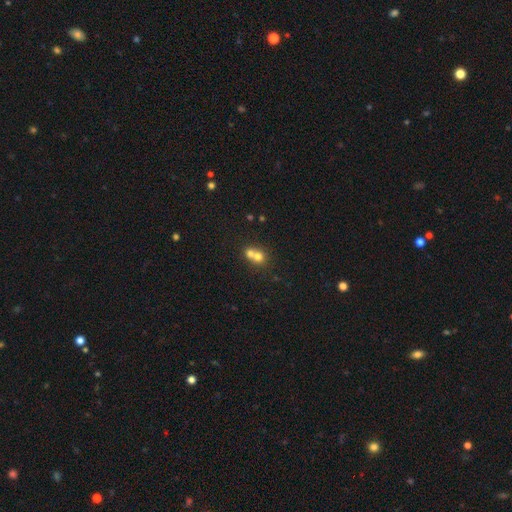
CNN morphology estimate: A smooth galaxy with no disk features (70%) that is round (77%).

Vote fractions:
- Smooth or featured? smooth: 70% / featured or disk: 17% / star or artifact: 12%
- How rounded? round: 77% / in between: 22% / cigar-shaped: 1%
- Merging? merger: 68% / none: 25% / minor disturbance: 5% / major disturbance: 2%